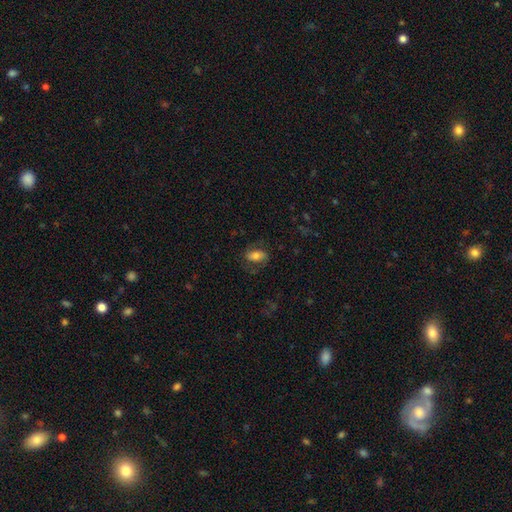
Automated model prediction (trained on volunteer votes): A smooth galaxy with no disk features (62%) that is in between round and cigar-shaped (88%). Merging: none (68%).